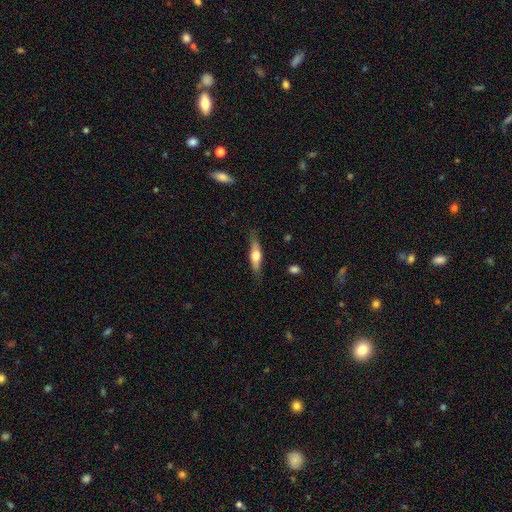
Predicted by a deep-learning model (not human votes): Smooth or featured?
  - featured or disk: 48% *
  - smooth: 46%
  - star or artifact: 6%
Merging?
  - none: 81% *
  - minor disturbance: 14%
  - major disturbance: 3%
  - merger: 1%